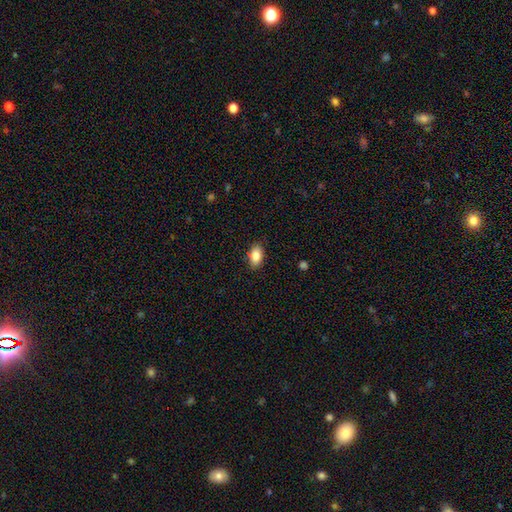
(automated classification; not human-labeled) Smooth or featured?
  - smooth: 87% *
  - star or artifact: 7%
  - featured or disk: 6%
How rounded?
  - in between: 91% *
  - round: 6%
  - cigar-shaped: 3%
Merging?
  - none: 87% *
  - minor disturbance: 10%
  - major disturbance: 2%
  - merger: 1%